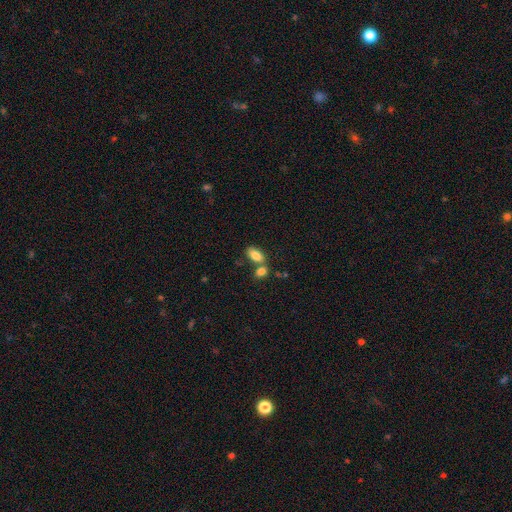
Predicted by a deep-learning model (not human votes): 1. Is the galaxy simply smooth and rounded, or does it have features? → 84% smooth, 9% featured or disk, 8% star or artifact.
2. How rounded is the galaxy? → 91% in between, 5% round, 4% cigar-shaped.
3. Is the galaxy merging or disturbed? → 51% none, 35% merger, 11% minor disturbance, 4% major disturbance.